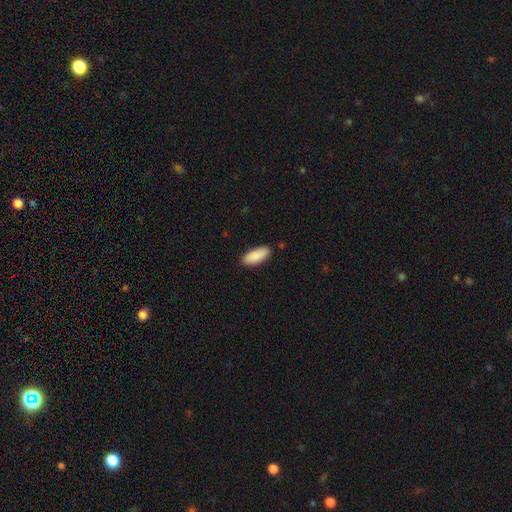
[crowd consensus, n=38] A smooth galaxy with no disk features (89%) that is in between round and cigar-shaped (85%).

Vote fractions:
- Smooth or featured? smooth: 89% / featured or disk: 8% / star or artifact: 3%
- How rounded? in between: 85% / cigar-shaped: 15% / round: 0%
- Merging? none: 92% / minor disturbance: 5% / major disturbance: 3% / merger: 0%